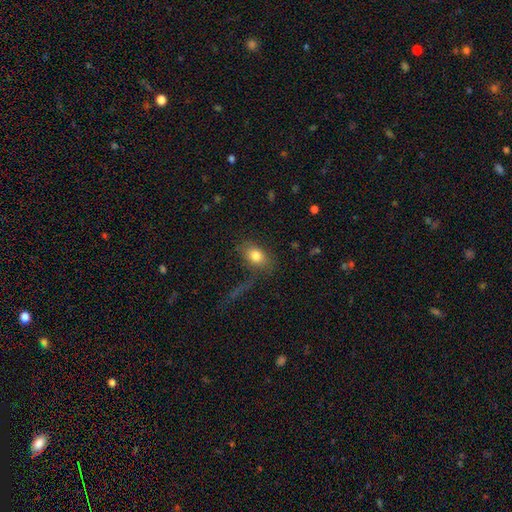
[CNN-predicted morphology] Smooth or featured? Predicted: smooth (p=0.81). How rounded? Predicted: in between (p=0.78). Merging? Predicted: none (p=0.70).